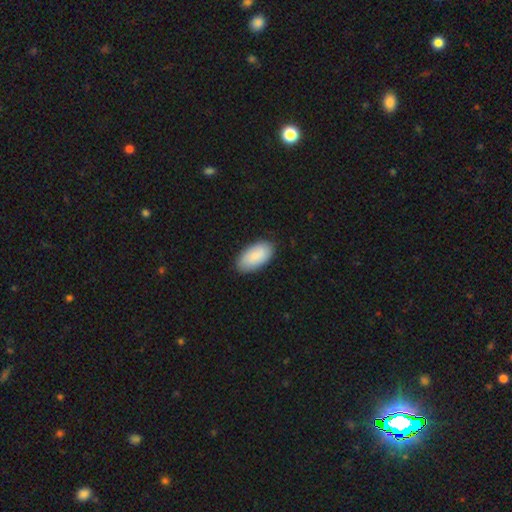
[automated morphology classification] The model was most divided on "merging": none: 86%, minor disturbance: 11%, major disturbance: 2%, merger: 1%. More confident: how rounded — in between (96%); smooth or featured — smooth (87%).